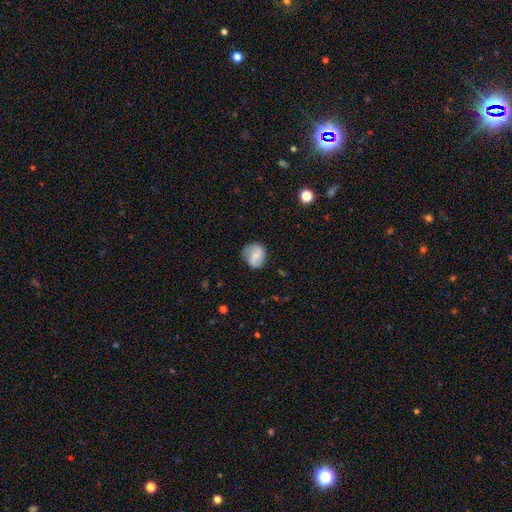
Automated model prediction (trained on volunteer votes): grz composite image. It shows a smooth galaxy with no disk features (51%) that is round (70%). Merging: none (71%).